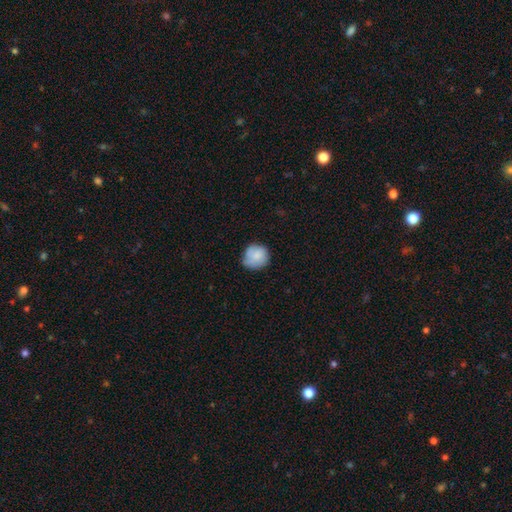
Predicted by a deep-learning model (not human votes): Morphology: type=smooth (79%); roundness=round (90%); merging=none (67%).